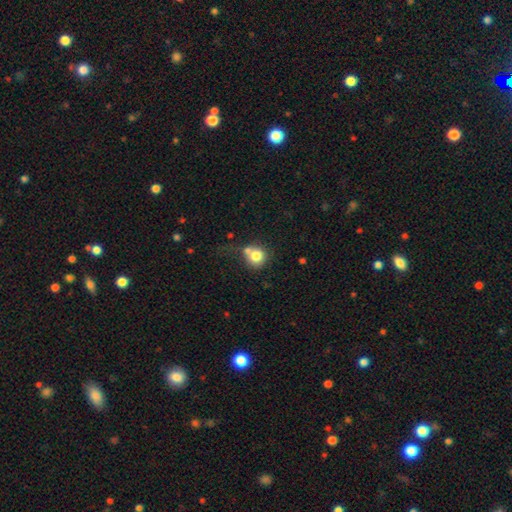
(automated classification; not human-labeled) Q: Smooth or featured?
A: smooth (78%); runner-up: featured or disk (12%)
Q: How rounded?
A: round (88%); runner-up: in between (11%)
Q: Merging?
A: none (43%); runner-up: merger (35%)